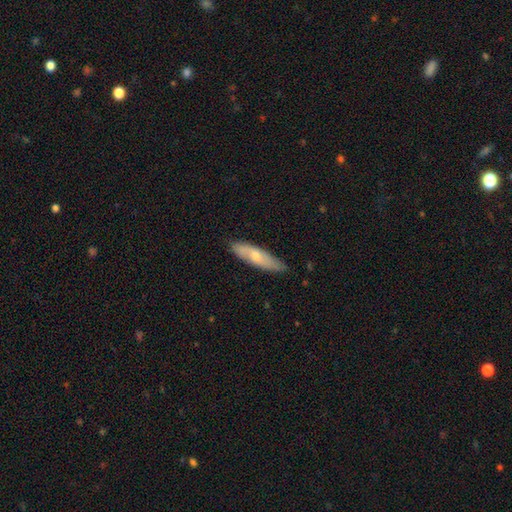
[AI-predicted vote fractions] This is possibly a smooth galaxy (60%). How rounded: likely cigar-shaped (67%). Merging: likely none (80%).